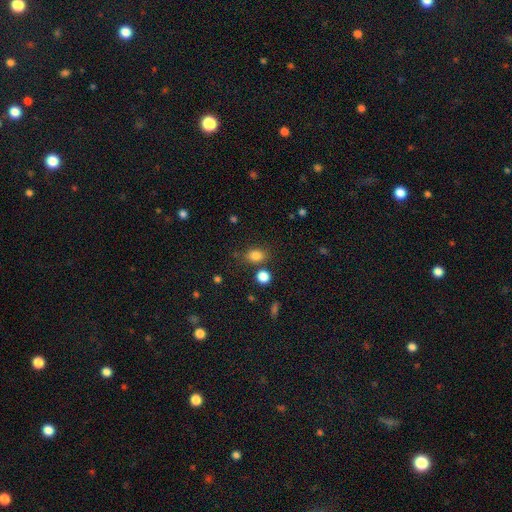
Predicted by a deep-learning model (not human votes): A smooth galaxy with no disk features (82%) that is in between round and cigar-shaped (64%).

Vote fractions:
- Smooth or featured? smooth: 82% / star or artifact: 12% / featured or disk: 5%
- How rounded? in between: 64% / round: 35% / cigar-shaped: 1%
- Merging? none: 75% / minor disturbance: 12% / merger: 8% / major disturbance: 4%